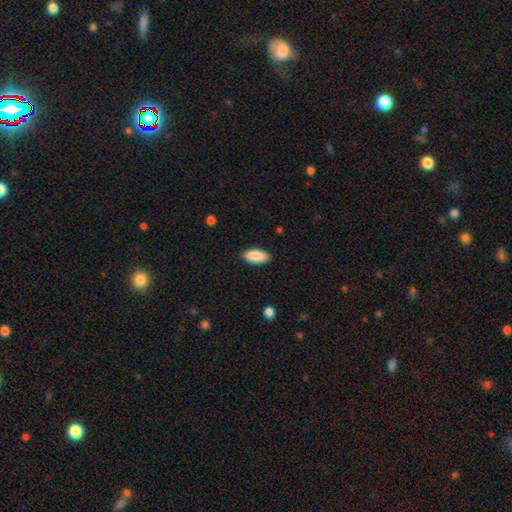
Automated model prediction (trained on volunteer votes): Smooth or featured? smooth (90%)
How rounded? in between (91%)
Merging? none (89%)